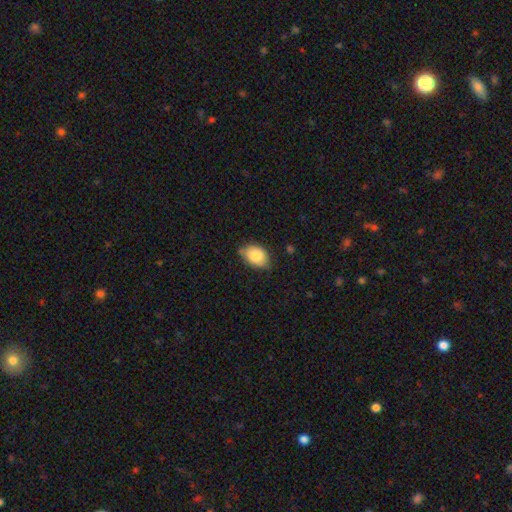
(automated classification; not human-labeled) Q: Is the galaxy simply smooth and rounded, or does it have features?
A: smooth — 84%.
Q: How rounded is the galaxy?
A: in between — 85%.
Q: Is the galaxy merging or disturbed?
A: none — 66%.